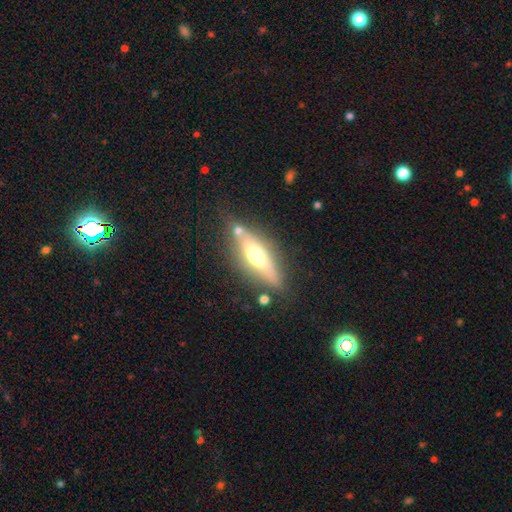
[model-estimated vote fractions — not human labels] Q: Smooth or featured?
A: featured or disk (52%); runner-up: smooth (41%)
Q: Edge-on disk?
A: yes (82%); runner-up: no (18%)
Q: Merging?
A: none (74%); runner-up: minor disturbance (15%)